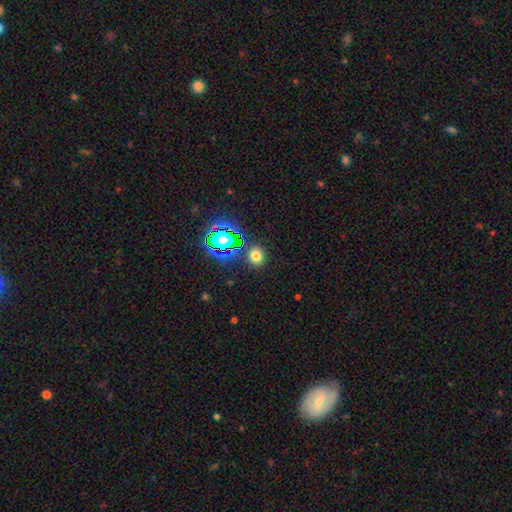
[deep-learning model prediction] This is likely a smooth galaxy (69%). How rounded: likely round (73%). Merging: clearly none (86%).